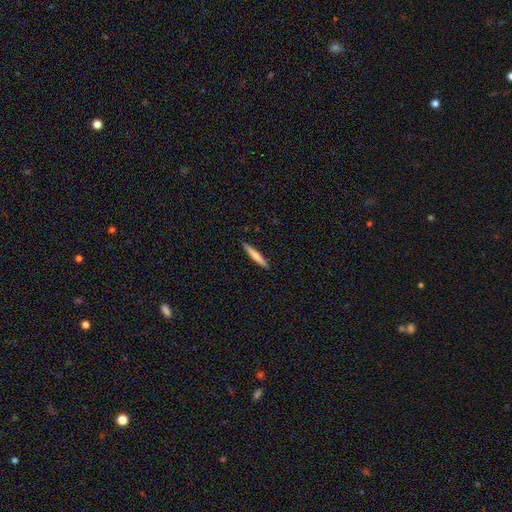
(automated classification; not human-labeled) Smooth or featured?
  - smooth: 72% *
  - featured or disk: 22%
  - star or artifact: 5%
How rounded?
  - cigar-shaped: 94% *
  - in between: 4%
  - round: 1%
Merging?
  - none: 91% *
  - minor disturbance: 7%
  - major disturbance: 1%
  - merger: 1%